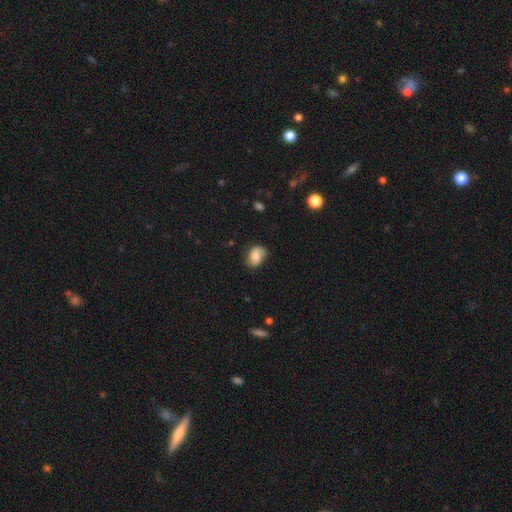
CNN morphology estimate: smooth 66%, featured or disk 25%, star or artifact 9%. Down the decision tree: how rounded — in between (69%); merging — none (68%).